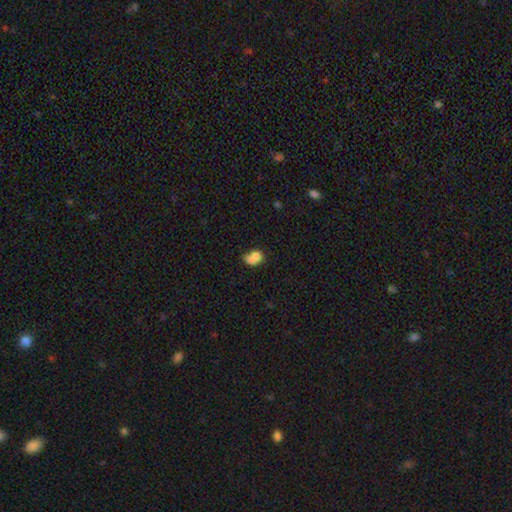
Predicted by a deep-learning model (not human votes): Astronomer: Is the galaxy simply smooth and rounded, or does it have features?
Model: smooth — 72%.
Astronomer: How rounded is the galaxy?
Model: in between — 56% (runner-up: round, 43%).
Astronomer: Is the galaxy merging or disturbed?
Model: merger — 59%.